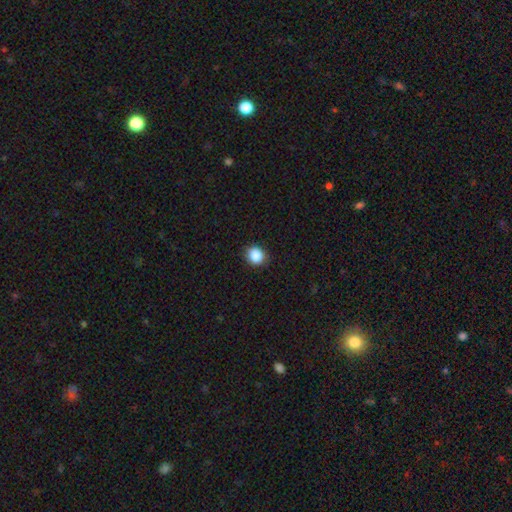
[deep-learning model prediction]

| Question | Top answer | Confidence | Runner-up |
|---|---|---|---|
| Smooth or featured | smooth | 87% | star or artifact (10%) |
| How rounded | round | 76% | in between (23%) |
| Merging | none | 90% | minor disturbance (8%) |